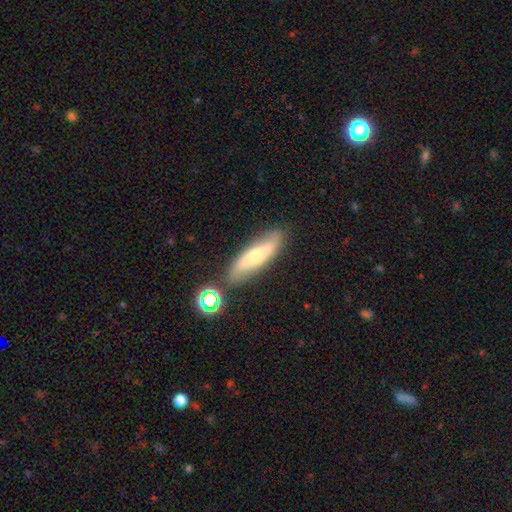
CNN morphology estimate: A smooth galaxy with no disk features (52%) that is cigar-shaped (60%). Merging: none (76%).